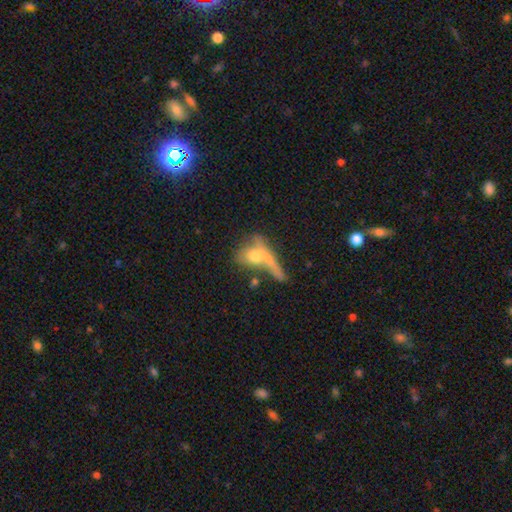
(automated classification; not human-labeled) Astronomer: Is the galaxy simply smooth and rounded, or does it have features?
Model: smooth — 60%.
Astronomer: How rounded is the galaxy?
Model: round — 44% (runner-up: in between, 38%).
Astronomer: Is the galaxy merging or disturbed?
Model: merger — 42% (runner-up: none, 33%).